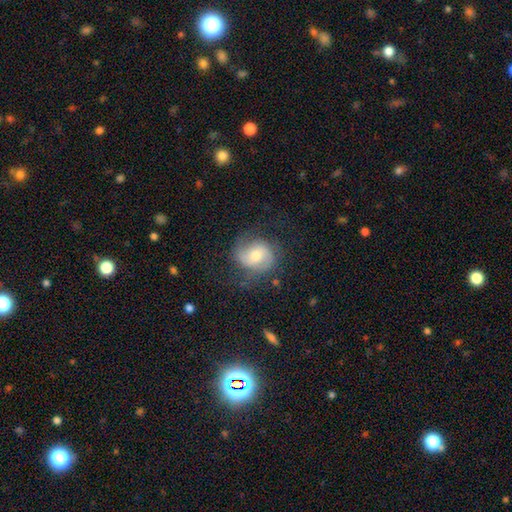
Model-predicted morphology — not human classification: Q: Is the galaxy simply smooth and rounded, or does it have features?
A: featured or disk — 65%.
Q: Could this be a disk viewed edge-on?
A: no — 97%.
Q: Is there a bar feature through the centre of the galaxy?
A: no — 53%.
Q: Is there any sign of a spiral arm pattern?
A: yes — 89%.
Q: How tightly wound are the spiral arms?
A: medium — 45%.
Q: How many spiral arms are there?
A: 2 — 81%.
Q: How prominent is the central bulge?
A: moderate — 58%.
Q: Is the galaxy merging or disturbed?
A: none — 67%.